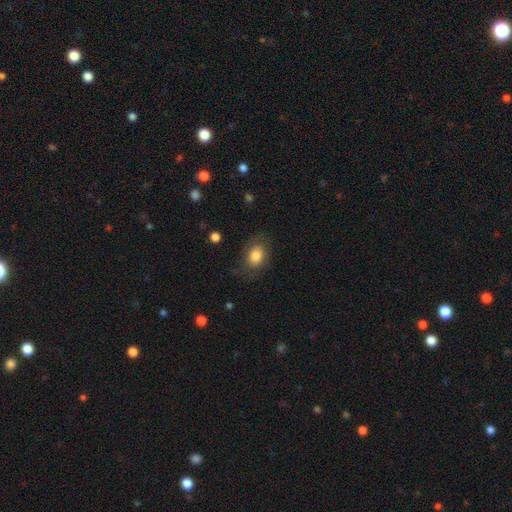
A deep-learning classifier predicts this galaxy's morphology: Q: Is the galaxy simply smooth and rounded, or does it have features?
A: smooth — 78%.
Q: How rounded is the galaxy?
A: in between — 73%.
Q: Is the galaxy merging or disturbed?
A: none — 74%.